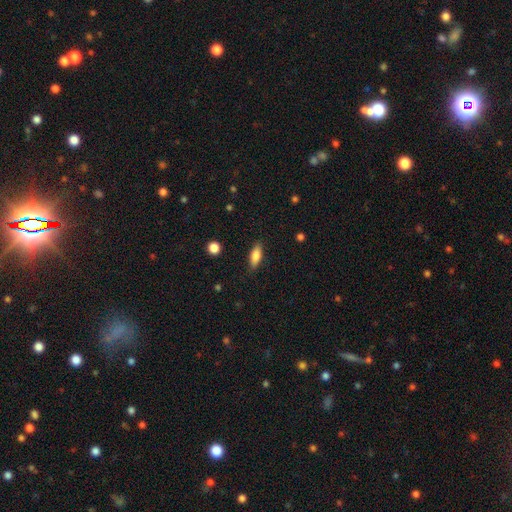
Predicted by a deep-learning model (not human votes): The model was most divided on "how rounded": in between: 70%, cigar-shaped: 27%, round: 3%. More confident: merging — none (85%); smooth or featured — smooth (79%).